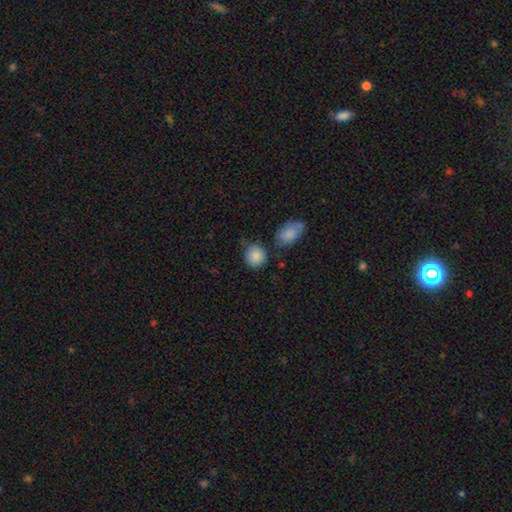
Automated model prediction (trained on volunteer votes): smooth_or_featured: smooth (p=0.87) [alt: star or artifact p=0.08]
how_rounded: round (p=0.82) [alt: in between p=0.17]
merging: none (p=0.71) [alt: minor disturbance p=0.16]